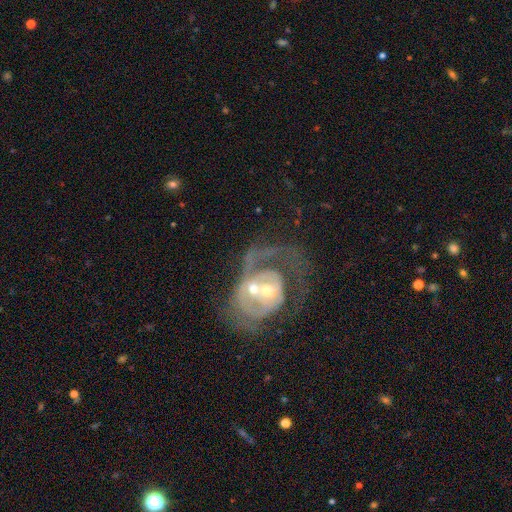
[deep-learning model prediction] The model was most divided on "bulge size": moderate: 51%, small: 42%, large: 4%, none: 2%, dominant: 1%. Remaining: edge-on disk — no (97%); smooth or featured — featured or disk (81%); spiral arms — yes (74%); bar — no (58%); spiral winding — tight (45%); spiral arm count — 2 (42%); merging — merger (38%).